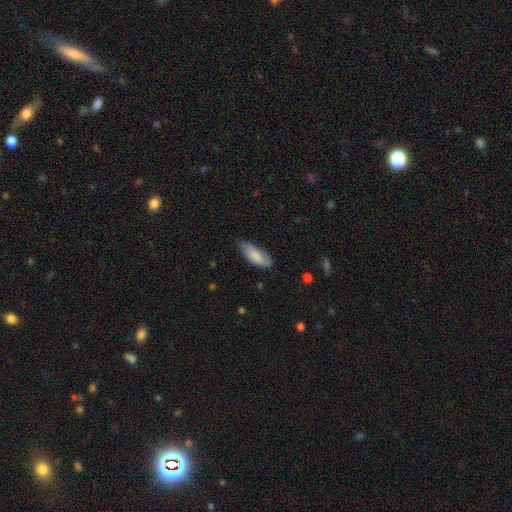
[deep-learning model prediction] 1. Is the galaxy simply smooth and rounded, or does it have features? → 75% smooth, 19% featured or disk, 6% star or artifact.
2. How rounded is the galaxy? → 79% in between, 19% cigar-shaped, 2% round.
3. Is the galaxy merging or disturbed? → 67% none, 27% minor disturbance, 5% major disturbance, 1% merger.